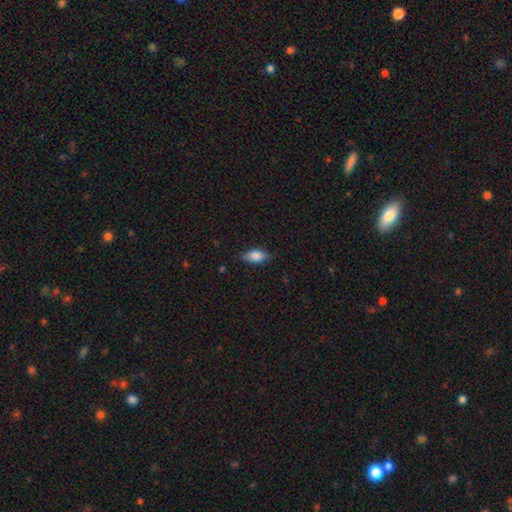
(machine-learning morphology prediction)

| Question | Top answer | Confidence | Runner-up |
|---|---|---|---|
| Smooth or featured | smooth | 80% | featured or disk (13%) |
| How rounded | in between | 87% | cigar-shaped (8%) |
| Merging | none | 78% | minor disturbance (18%) |